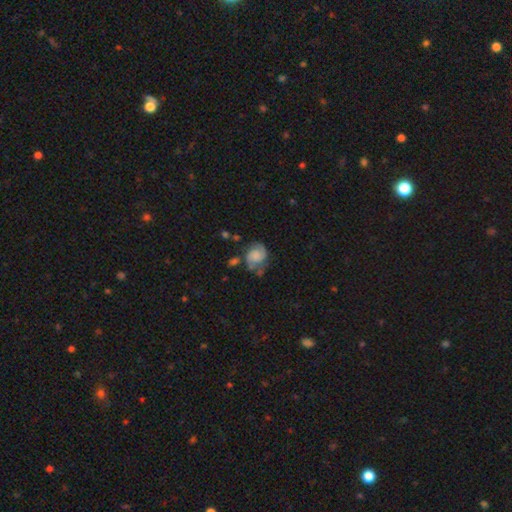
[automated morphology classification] This is likely a featured or disk galaxy (63%). It is clearly not viewed edge-on (98%). Bar: likely no (67%). Spiral arm pattern: clearly yes (92%). Spiral arm count: clearly 2 (83%). Spiral winding: marginally medium (43%). Central bulge: marginally none (42%). Merging: possibly none (53%).